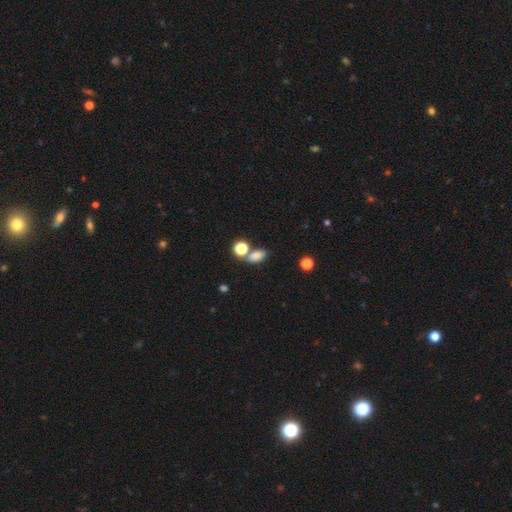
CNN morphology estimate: smooth 79%, star or artifact 14%, featured or disk 8%. Down the decision tree: how rounded — in between (81%); merging — none (56%).